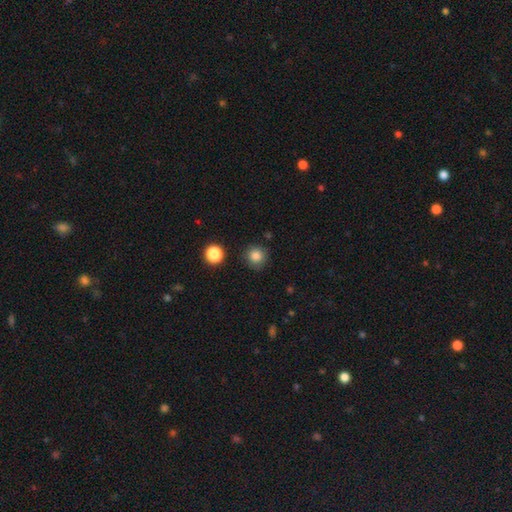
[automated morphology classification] Smooth or featured? Predicted: smooth (p=0.84). How rounded? Predicted: round (p=0.93). Merging? Predicted: none (p=0.87).